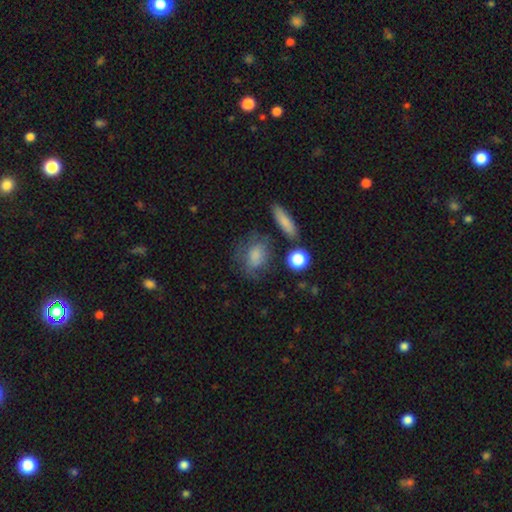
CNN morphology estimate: Smooth or featured? smooth (73%)
How rounded? in between (61%)
Merging? none (55%)